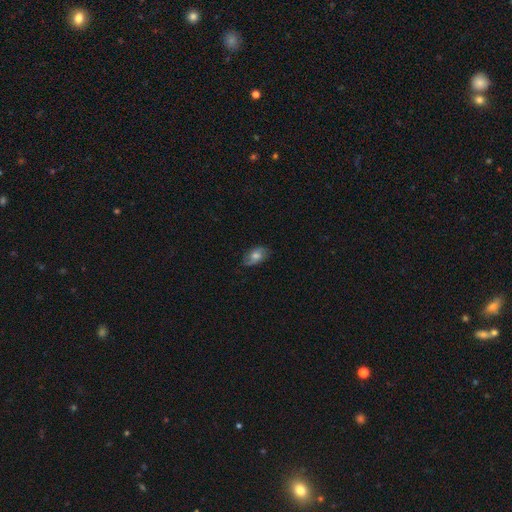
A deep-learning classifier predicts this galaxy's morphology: smooth 53%, featured or disk 38%, star or artifact 9%. Down the decision tree: how rounded — in between (88%); merging — none (72%).